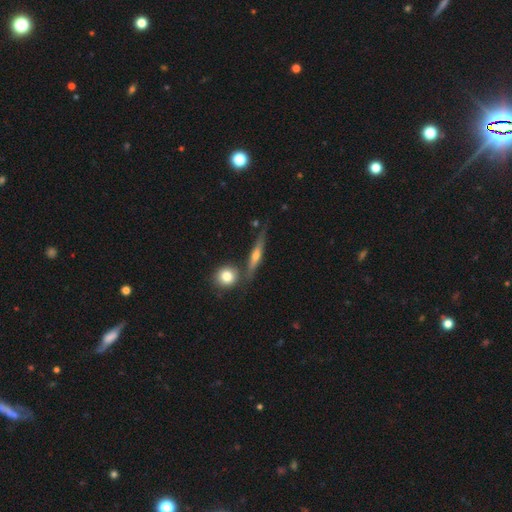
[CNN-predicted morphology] type=featured or disk (62%); edge-on=yes (93%); edge-on bulge=rounded (82%); merging=none (76%).